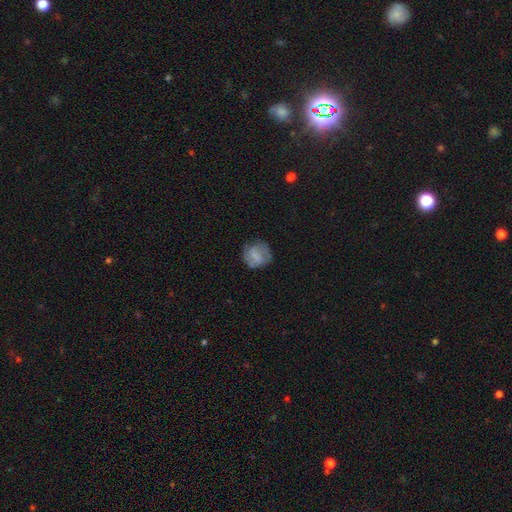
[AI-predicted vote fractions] Q: Smooth or featured?
A: smooth (53%); runner-up: featured or disk (38%)
Q: How rounded?
A: round (79%); runner-up: in between (19%)
Q: Merging?
A: none (66%); runner-up: minor disturbance (22%)